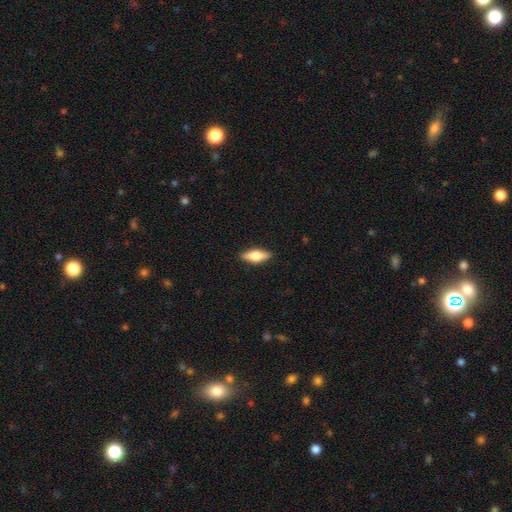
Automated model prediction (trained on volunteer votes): Q: Smooth or featured?
A: smooth (55%); runner-up: featured or disk (38%)
Q: How rounded?
A: in between (63%); runner-up: cigar-shaped (34%)
Q: Merging?
A: none (88%); runner-up: minor disturbance (9%)